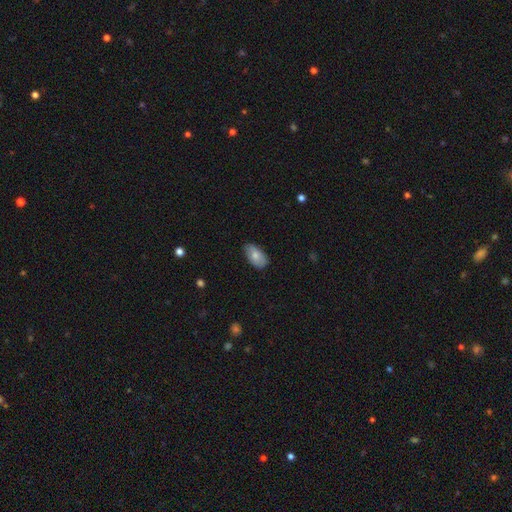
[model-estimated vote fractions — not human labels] Q: Smooth or featured?
A: smooth (75%); runner-up: featured or disk (19%)
Q: How rounded?
A: in between (94%); runner-up: round (4%)
Q: Merging?
A: none (77%); runner-up: minor disturbance (19%)